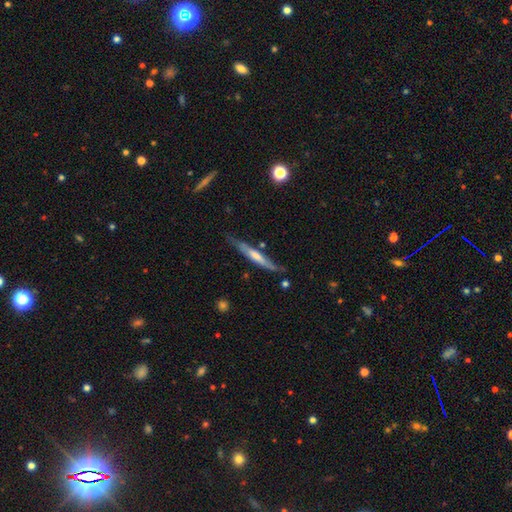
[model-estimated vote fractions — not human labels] This appears to be a featured or disk galaxy (61%) viewed edge-on (91%) with no central bulge (42%). Merging: none (72%).